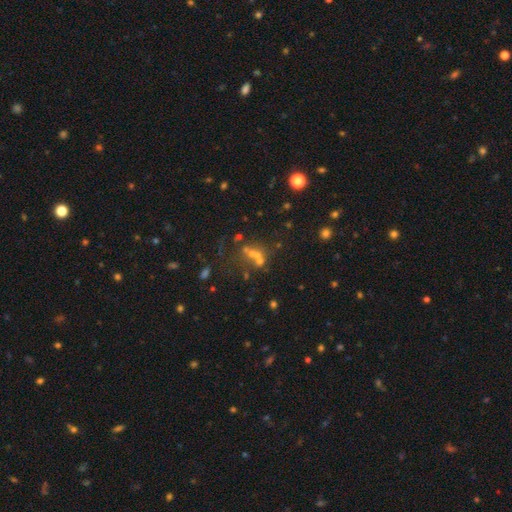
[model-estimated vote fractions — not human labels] Overall: smooth (39%; star or artifact 31%). Merging: merger (46%; none 34%).